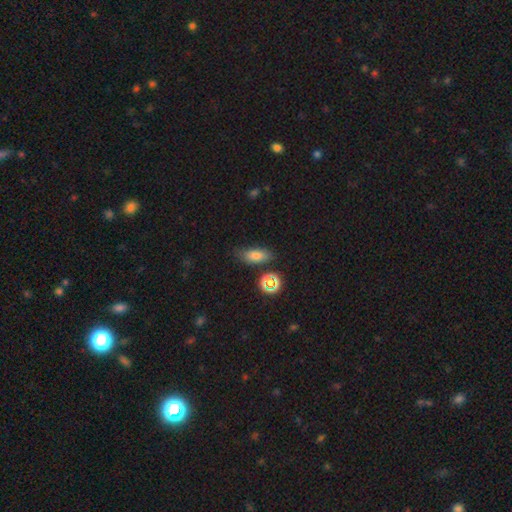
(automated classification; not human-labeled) The model was most divided on "merging": none: 76%, minor disturbance: 16%, merger: 5%, major disturbance: 4%. More confident: how rounded — in between (78%); smooth or featured — smooth (75%).